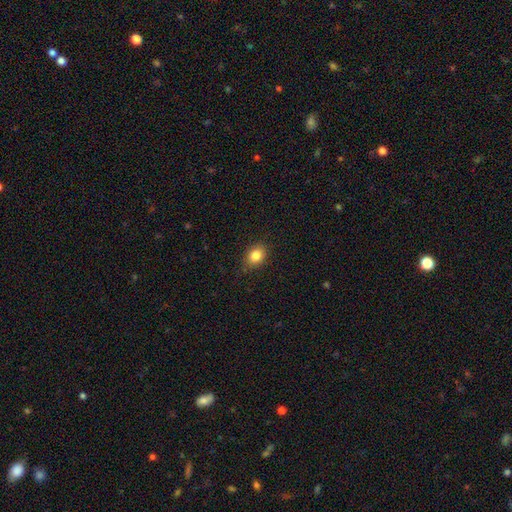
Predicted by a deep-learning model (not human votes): A smooth galaxy with no disk features (84%) that is in between round and cigar-shaped (62%).

Vote fractions:
- Smooth or featured? smooth: 84% / star or artifact: 10% / featured or disk: 7%
- How rounded? in between: 62% / round: 37% / cigar-shaped: 1%
- Merging? none: 84% / minor disturbance: 13% / major disturbance: 3% / merger: 1%